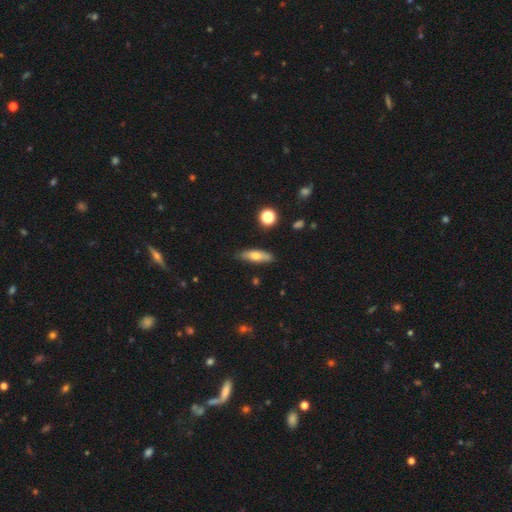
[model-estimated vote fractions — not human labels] Q: Smooth or featured?
A: smooth (66%); runner-up: featured or disk (27%)
Q: How rounded?
A: cigar-shaped (50%); runner-up: in between (47%)
Q: Merging?
A: none (83%); runner-up: minor disturbance (13%)